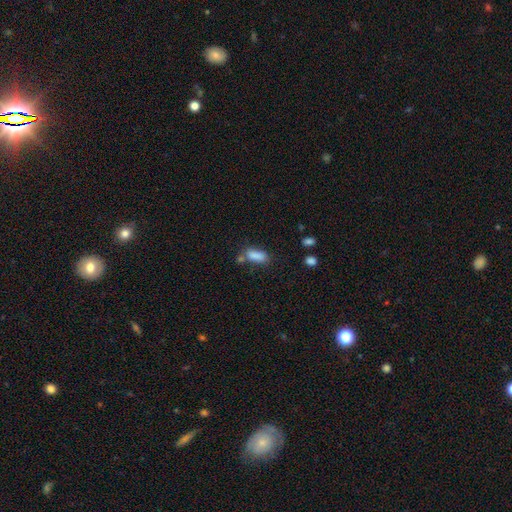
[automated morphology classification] smooth_or_featured: smooth (p=0.83) [alt: star or artifact p=0.09]
how_rounded: in between (p=0.74) [alt: cigar-shaped p=0.23]
merging: none (p=0.51) [alt: minor disturbance p=0.21]